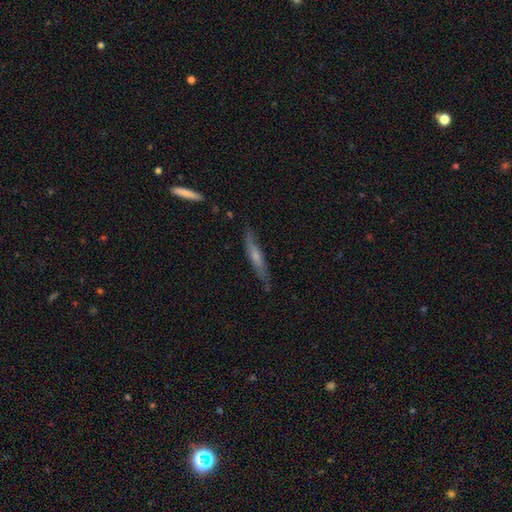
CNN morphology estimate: A featured or disk galaxy (54%) viewed edge-on (78%).

Vote fractions:
- Smooth or featured? featured or disk: 54% / smooth: 39% / star or artifact: 6%
- Edge-on disk? yes: 78% / no: 22%
- Merging? none: 75% / minor disturbance: 19% / major disturbance: 4% / merger: 2%